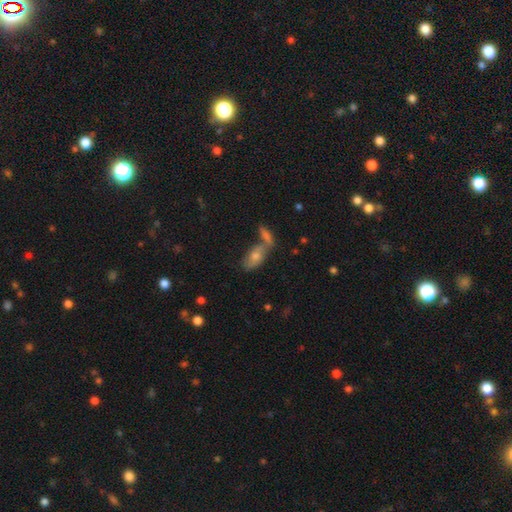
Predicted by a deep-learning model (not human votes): This appears to be a smooth galaxy with no disk features (61%) that is in between round and cigar-shaped (83%). Merging: none (45%).